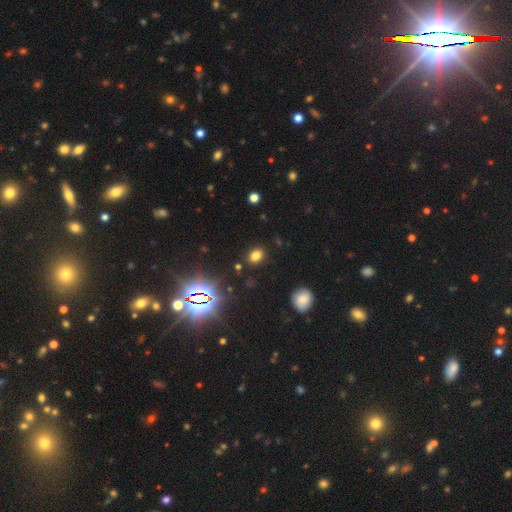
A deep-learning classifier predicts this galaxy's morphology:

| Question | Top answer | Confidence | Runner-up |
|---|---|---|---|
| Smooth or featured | smooth | 72% | star or artifact (21%) |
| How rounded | in between | 62% | round (37%) |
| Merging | none | 86% | minor disturbance (9%) |